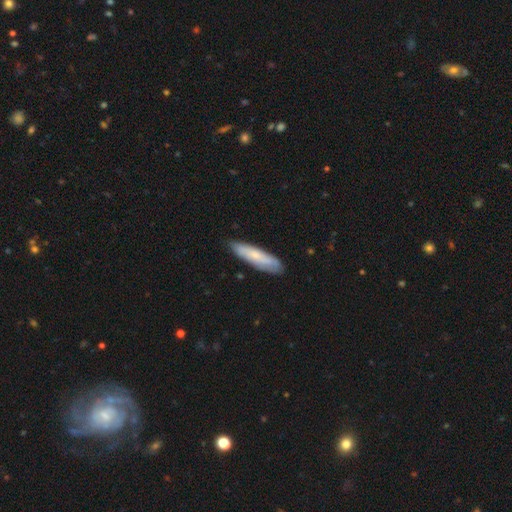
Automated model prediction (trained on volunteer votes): Smooth or featured?
  - smooth: 64% *
  - featured or disk: 30%
  - star or artifact: 6%
How rounded?
  - cigar-shaped: 71% *
  - in between: 27%
  - round: 2%
Merging?
  - none: 81% *
  - minor disturbance: 15%
  - major disturbance: 3%
  - merger: 1%